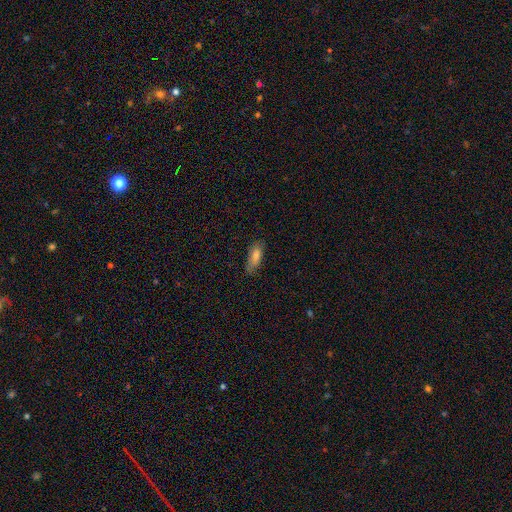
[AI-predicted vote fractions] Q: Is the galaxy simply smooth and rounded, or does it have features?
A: smooth — 78%.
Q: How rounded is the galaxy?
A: in between — 72%.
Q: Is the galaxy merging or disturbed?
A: none — 72%.